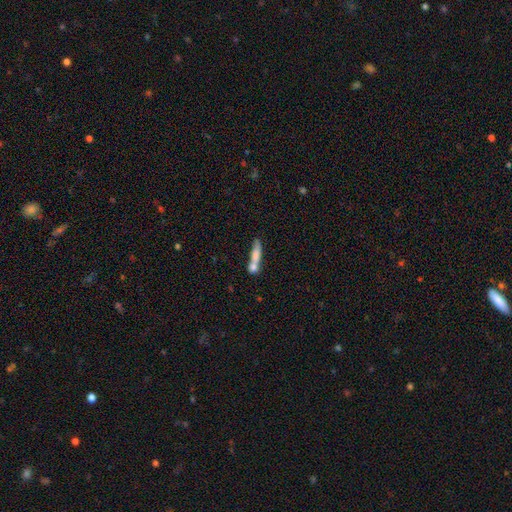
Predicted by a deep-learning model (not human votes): Smooth or featured? smooth (68%)
How rounded? cigar-shaped (75%)
Merging? merger (48%)